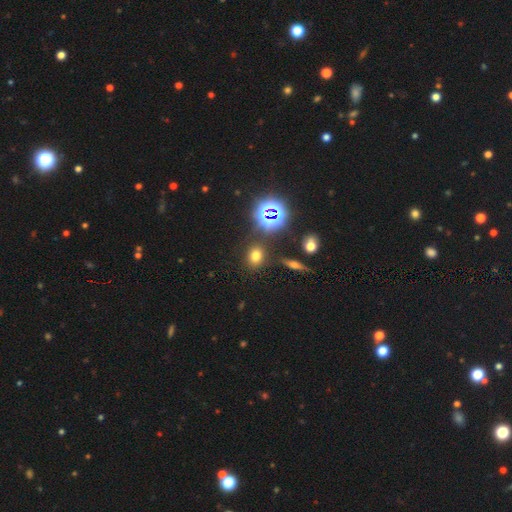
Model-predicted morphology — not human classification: Smooth or featured? Predicted: smooth (p=0.66). How rounded? Predicted: round (p=0.56). Merging? Predicted: none (p=0.85).